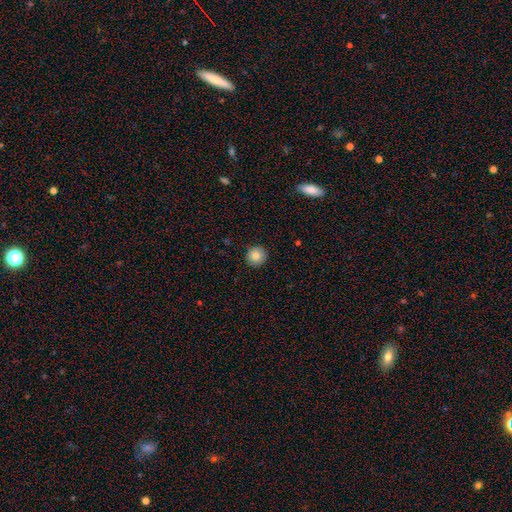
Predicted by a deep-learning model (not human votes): Smooth or featured? smooth (83%)
How rounded? round (95%)
Merging? none (91%)